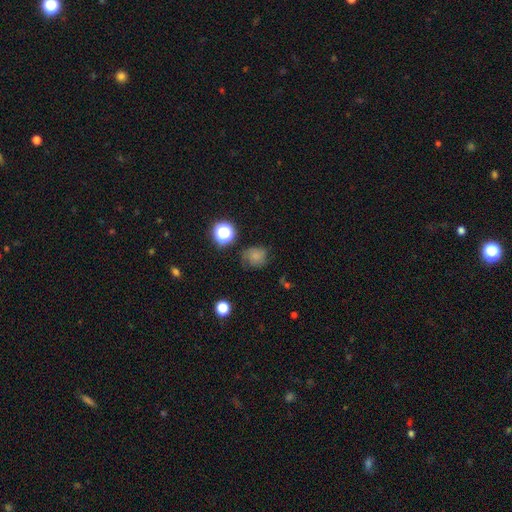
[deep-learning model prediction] Smooth or featured? Predicted: smooth (p=0.70). How rounded? Predicted: round (p=0.76). Merging? Predicted: none (p=0.61).